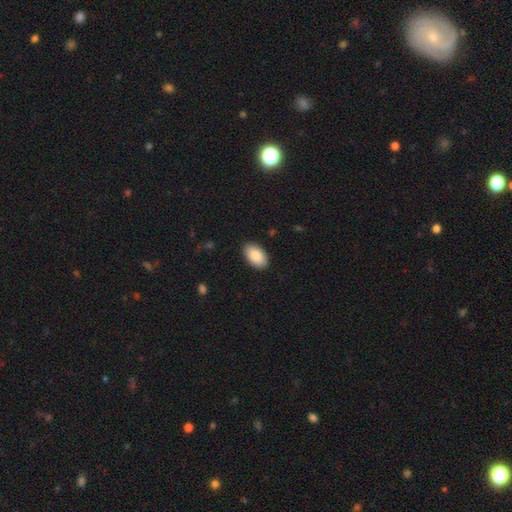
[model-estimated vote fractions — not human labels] This is clearly a smooth galaxy (88%). How rounded: clearly in between (95%). Merging: clearly none (89%).